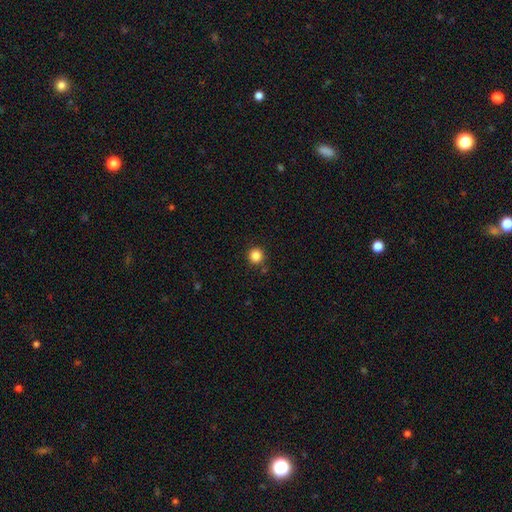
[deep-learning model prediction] smooth-or-featured: smooth: 85% | star or artifact: 12% | featured or disk: 4%
  how-rounded: round: 95% | in between: 4% | cigar-shaped: 1%
  merging: none: 87% | minor disturbance: 7% | merger: 4% | major disturbance: 2%